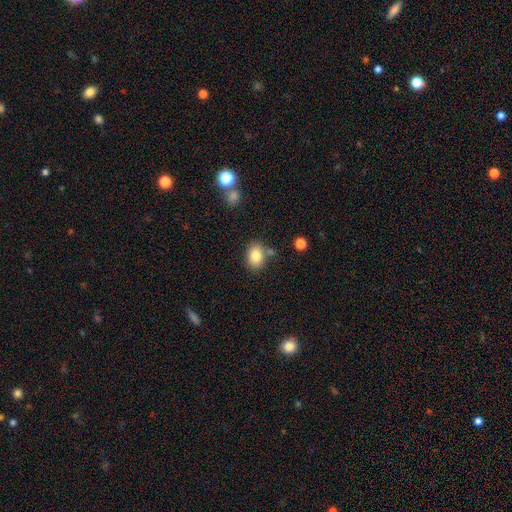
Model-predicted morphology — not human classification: Smooth or featured? smooth (83%)
How rounded? in between (69%)
Merging? none (73%)